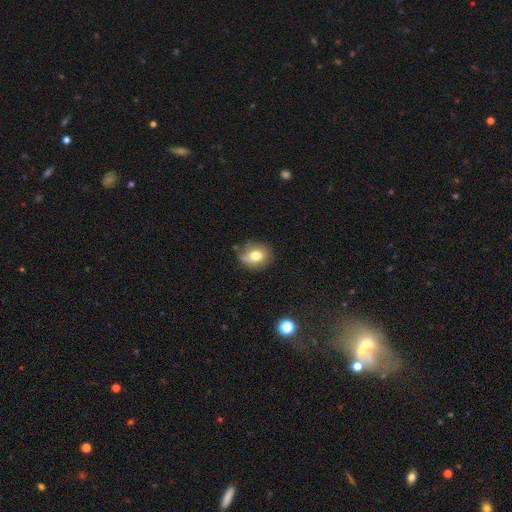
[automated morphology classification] Q: Smooth or featured?
A: smooth (71%); runner-up: featured or disk (18%)
Q: How rounded?
A: round (62%); runner-up: in between (37%)
Q: Merging?
A: none (60%); runner-up: minor disturbance (27%)